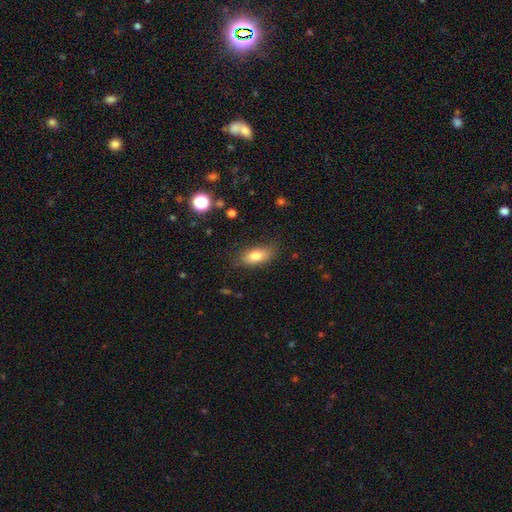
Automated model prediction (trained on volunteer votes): This appears to be a smooth galaxy with no disk features (79%) that is in between round and cigar-shaped (85%). Merging: none (81%).